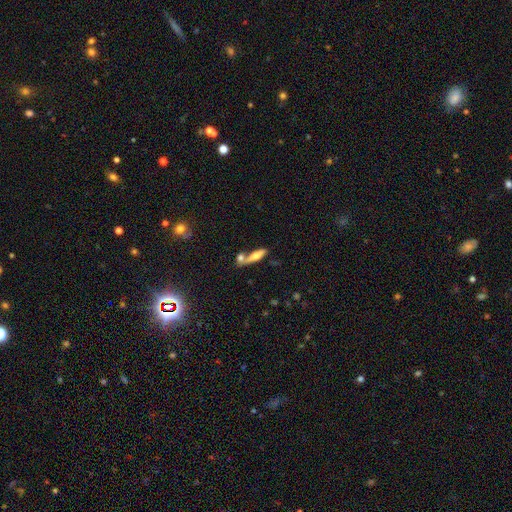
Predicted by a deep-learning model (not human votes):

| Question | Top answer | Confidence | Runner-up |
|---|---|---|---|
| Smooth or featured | smooth | 57% | featured or disk (36%) |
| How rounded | cigar-shaped | 68% | in between (29%) |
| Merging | none | 48% | merger (36%) |